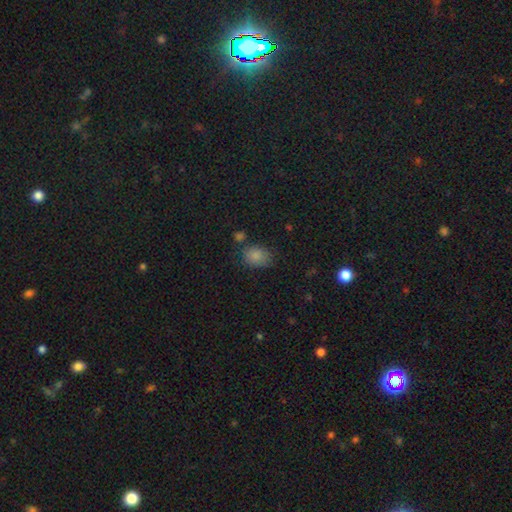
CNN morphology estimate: A smooth galaxy with no disk features (84%) that is in between round and cigar-shaped (64%). Merging: none (66%).